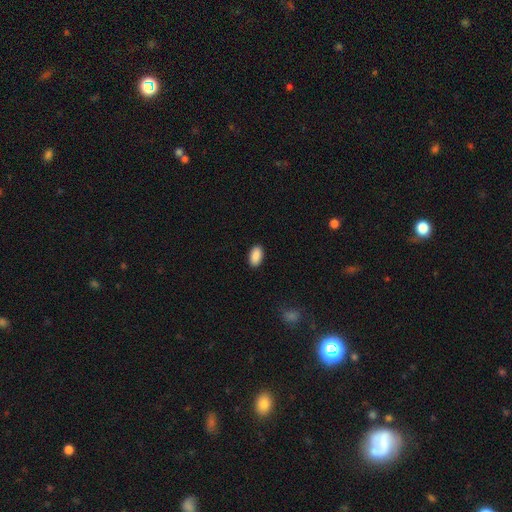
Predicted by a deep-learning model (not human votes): A smooth galaxy with no disk features (90%) that is in between round and cigar-shaped (94%). Merging: none (89%).